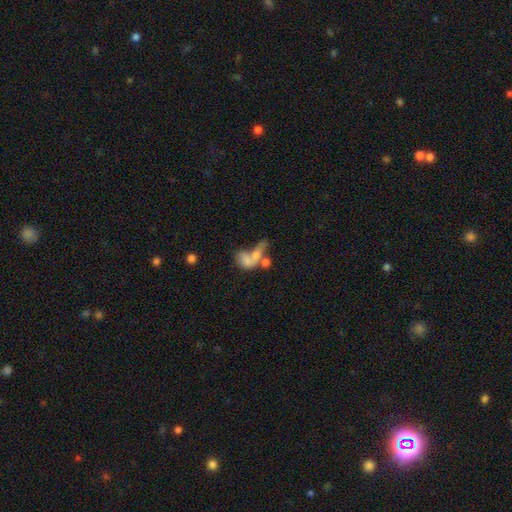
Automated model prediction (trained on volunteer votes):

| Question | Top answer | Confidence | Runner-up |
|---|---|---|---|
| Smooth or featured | smooth | 55% | featured or disk (33%) |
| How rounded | in between | 76% | round (17%) |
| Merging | merger | 61% | major disturbance (19%) |